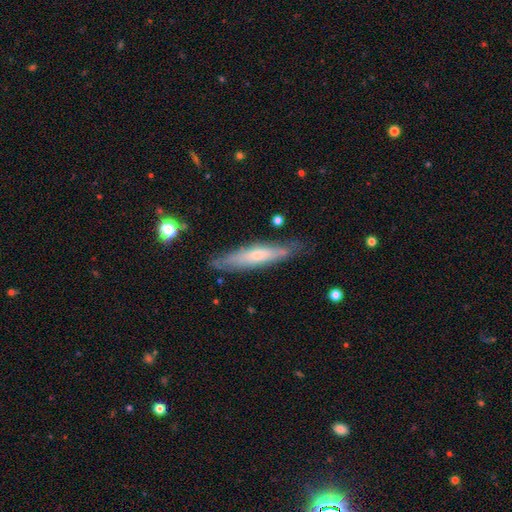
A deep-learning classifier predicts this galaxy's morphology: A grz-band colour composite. It shows a featured or disk galaxy (48%). Merging: none (78%).